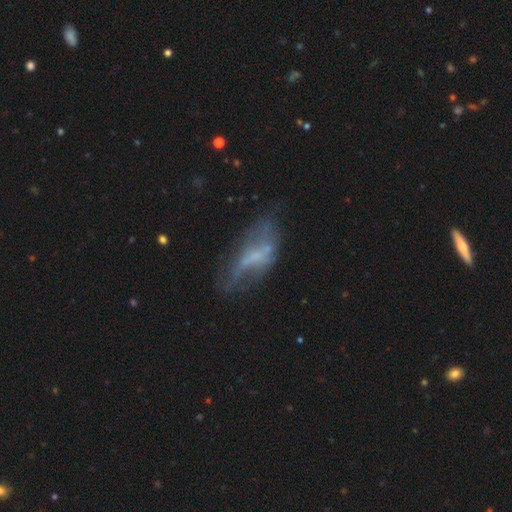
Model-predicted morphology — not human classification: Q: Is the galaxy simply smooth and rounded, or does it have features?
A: featured or disk — 55%.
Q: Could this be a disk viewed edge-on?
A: no — 85%.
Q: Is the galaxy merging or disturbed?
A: none — 39%.